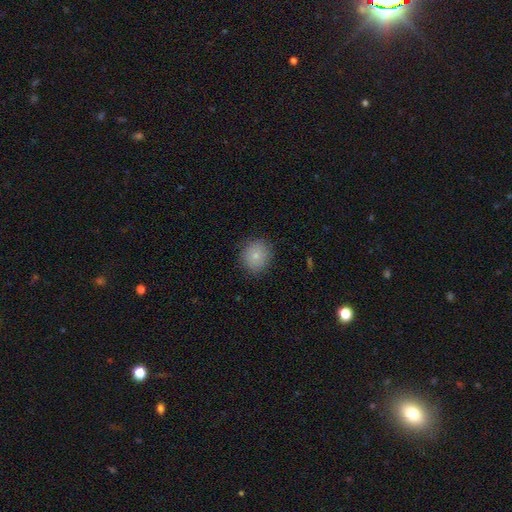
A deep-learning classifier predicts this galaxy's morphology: A smooth galaxy with no disk features (79%) that is round (87%). Merging: none (85%).